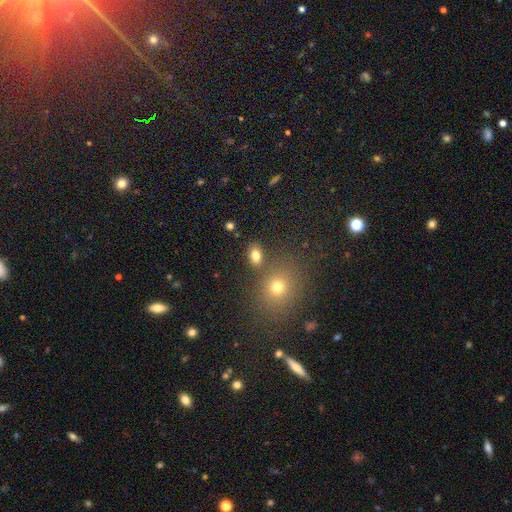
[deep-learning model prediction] This appears to be a smooth galaxy with no disk features (78%) that is in between round and cigar-shaped (74%). Merging: none (76%).